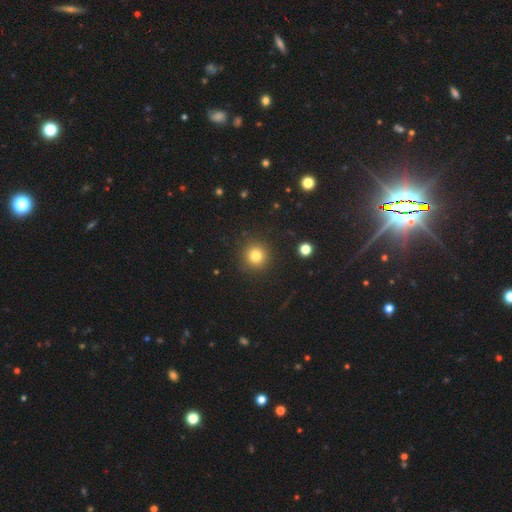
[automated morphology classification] This is clearly a smooth galaxy (80%). How rounded: clearly round (94%). Merging: clearly none (91%).